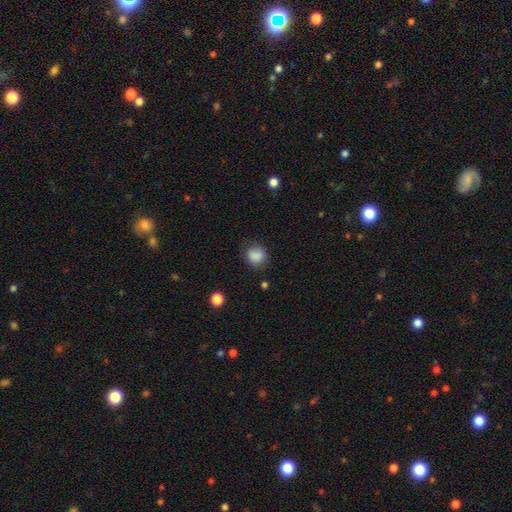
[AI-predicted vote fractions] A smooth galaxy with no disk features (86%) that is round (77%).

Vote fractions:
- Smooth or featured? smooth: 86% / star or artifact: 9% / featured or disk: 5%
- How rounded? round: 77% / in between: 22% / cigar-shaped: 1%
- Merging? none: 75% / minor disturbance: 18% / major disturbance: 5% / merger: 2%